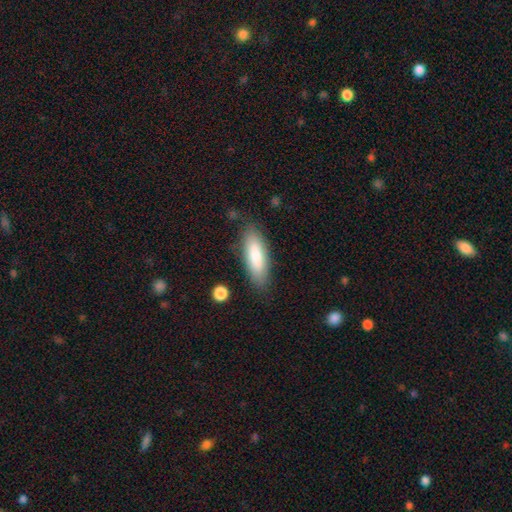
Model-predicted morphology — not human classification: Smooth or featured: smooth — 77% (featured or disk — 17%)
How rounded: in between — 57% (cigar-shaped — 42%)
Merging: none — 81% (minor disturbance — 13%)